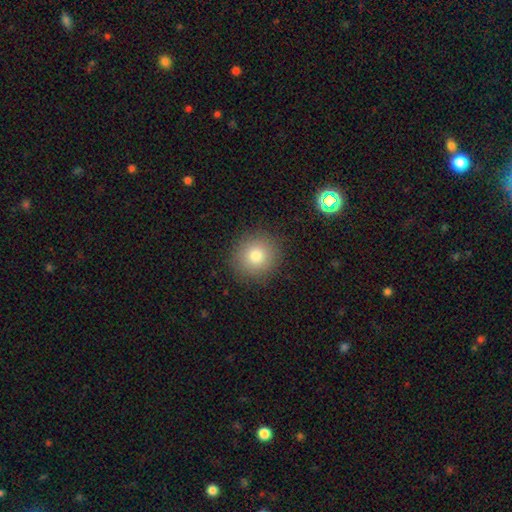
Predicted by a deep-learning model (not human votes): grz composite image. It shows a smooth galaxy with no disk features (80%) that is round (92%). Merging: none (90%).